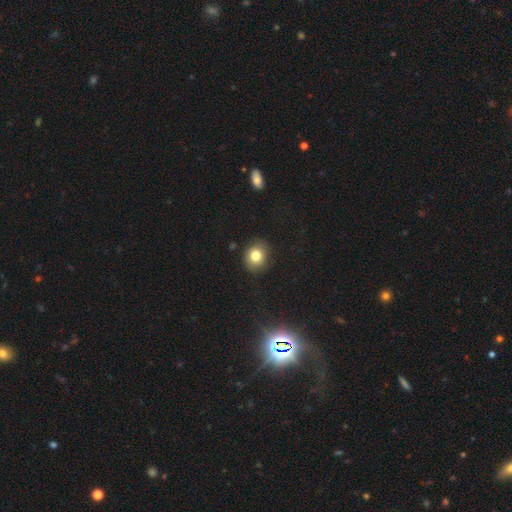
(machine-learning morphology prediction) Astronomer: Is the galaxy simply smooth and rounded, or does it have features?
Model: smooth — 80%.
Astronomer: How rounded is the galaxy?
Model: round — 66%.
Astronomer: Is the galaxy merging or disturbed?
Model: none — 85%.